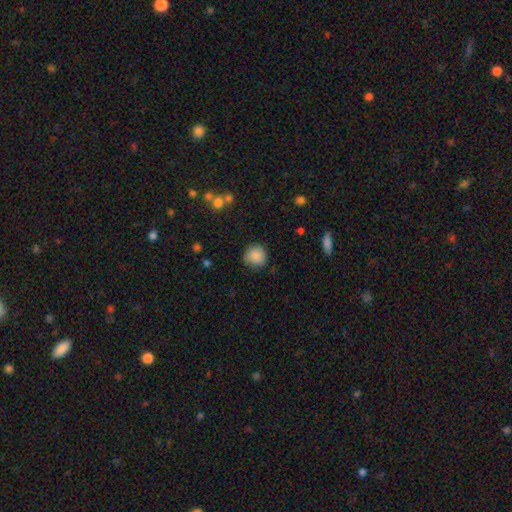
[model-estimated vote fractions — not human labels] The model was most divided on "merging": none: 81%, minor disturbance: 14%, major disturbance: 3%, merger: 1%. More confident: how rounded — round (89%); smooth or featured — smooth (87%).